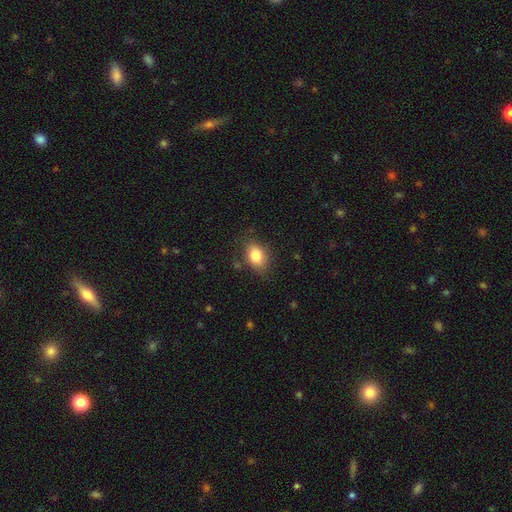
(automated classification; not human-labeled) smooth_or_featured: smooth (p=0.82) [alt: featured or disk p=0.09]
how_rounded: in between (p=0.77) [alt: round p=0.21]
merging: none (p=0.77) [alt: minor disturbance p=0.17]